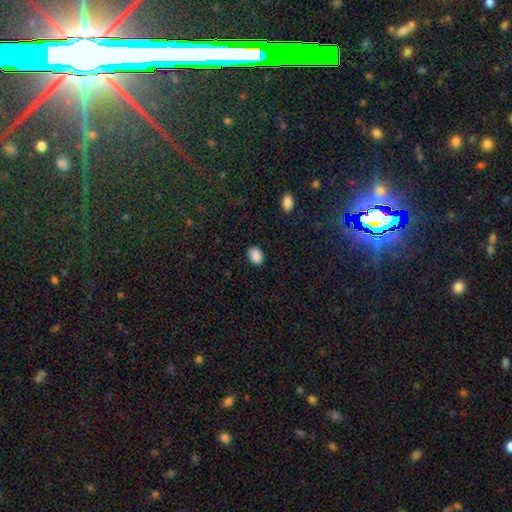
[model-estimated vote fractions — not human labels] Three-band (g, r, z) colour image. It shows a smooth galaxy with no disk features (89%) that is in between round and cigar-shaped (73%). Merging: none (88%).